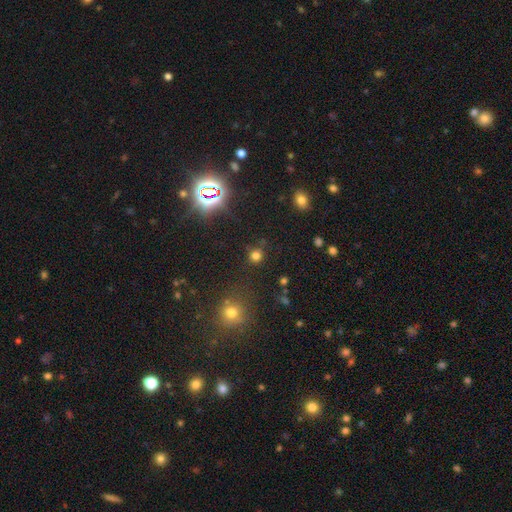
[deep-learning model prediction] A smooth galaxy with no disk features (70%) that is round (89%). Merging: none (83%).